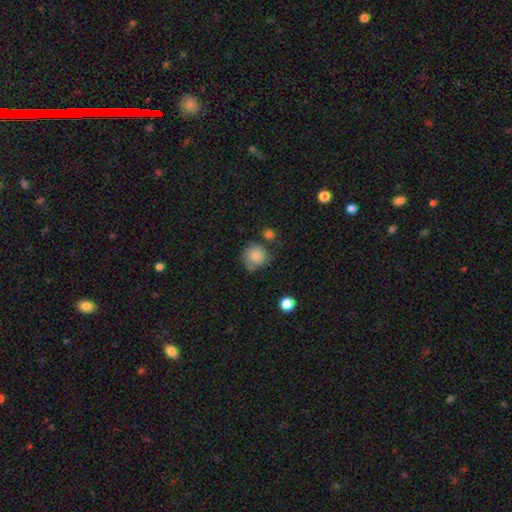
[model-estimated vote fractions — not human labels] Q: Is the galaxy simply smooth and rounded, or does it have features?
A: smooth — 85%.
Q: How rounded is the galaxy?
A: round — 88%.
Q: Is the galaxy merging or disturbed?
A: none — 60%.